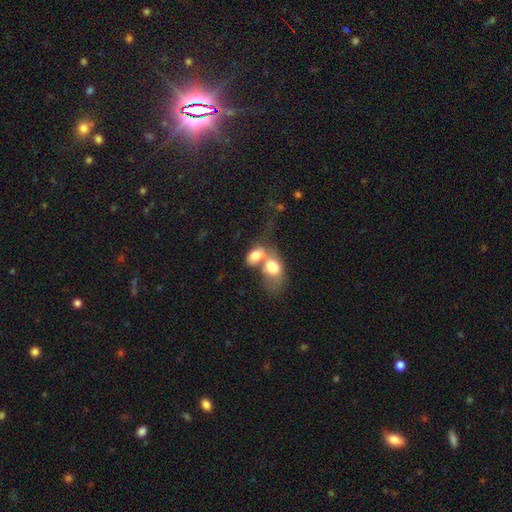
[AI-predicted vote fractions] This appears to be a smooth galaxy with no disk features (72%) that is in between round and cigar-shaped (75%). Merging: merger (76%).